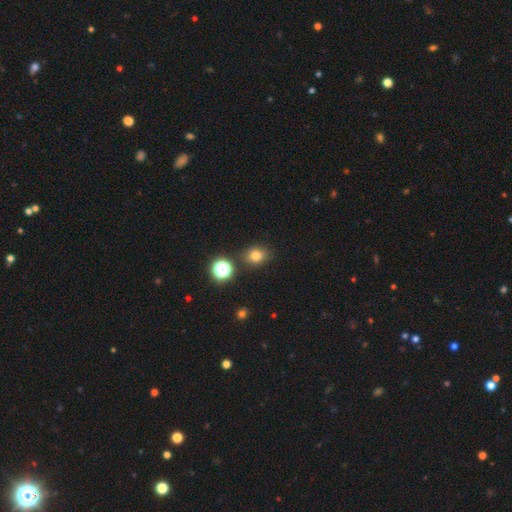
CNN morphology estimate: Smooth or featured? Predicted: smooth (p=0.75). How rounded? Predicted: round (p=0.61). Merging? Predicted: none (p=0.83).